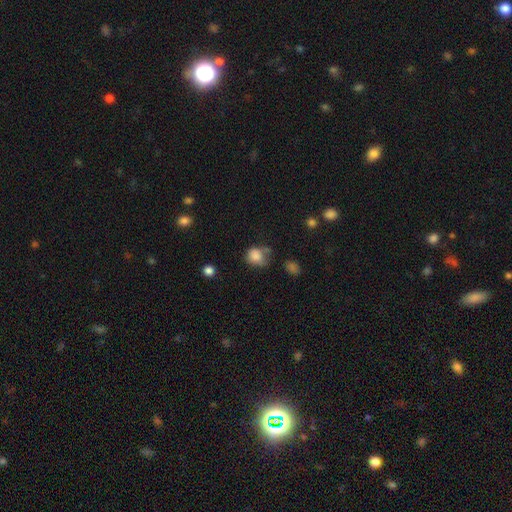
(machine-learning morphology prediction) smooth_or_featured: smooth (p=0.80) [alt: star or artifact p=0.10]
how_rounded: round (p=0.58) [alt: in between p=0.41]
merging: none (p=0.39) [alt: minor disturbance p=0.32]